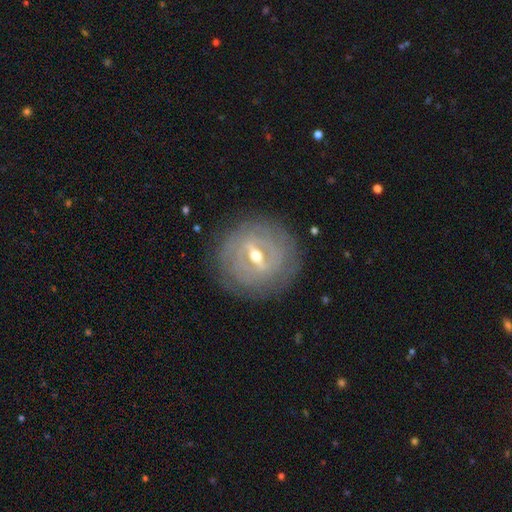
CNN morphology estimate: Smooth or featured? featured or disk (86%)
Edge-on disk? no (88%)
Bar? strong (56%)
Spiral arms? yes (70%)
Spiral winding? tight (81%)
Spiral arm count? can't tell (56%)
Bulge size? moderate (66%)
Merging? none (83%)